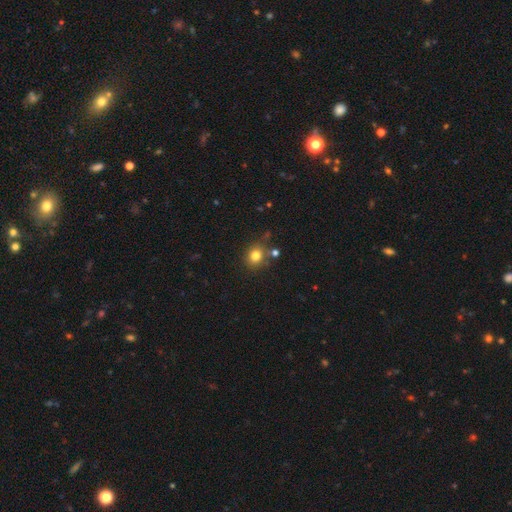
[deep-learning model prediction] smooth-or-featured: smooth: 80% | star or artifact: 13% | featured or disk: 7%
  how-rounded: round: 77% | in between: 22% | cigar-shaped: 1%
  merging: none: 75% | minor disturbance: 12% | merger: 9% | major disturbance: 4%